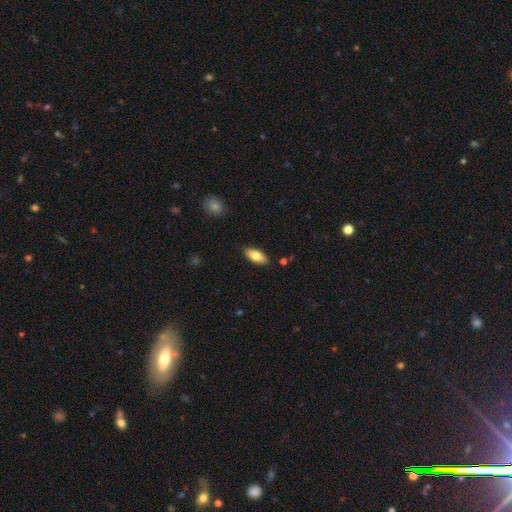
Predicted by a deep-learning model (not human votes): A smooth galaxy with no disk features (78%) that is in between round and cigar-shaped (85%).

Vote fractions:
- Smooth or featured? smooth: 78% / featured or disk: 16% / star or artifact: 6%
- How rounded? in between: 85% / cigar-shaped: 13% / round: 2%
- Merging? none: 87% / minor disturbance: 10% / major disturbance: 2% / merger: 2%